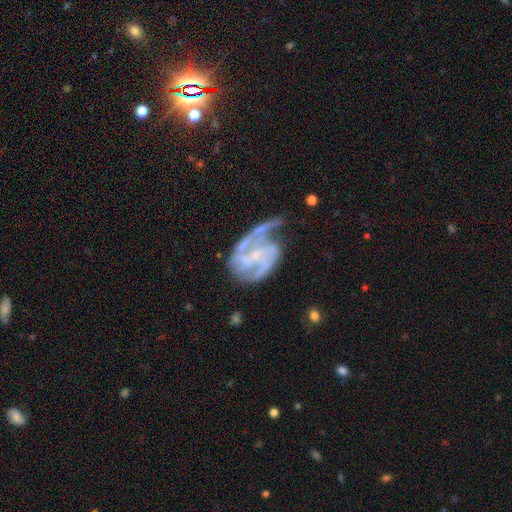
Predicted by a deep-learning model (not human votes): smooth_or_featured: featured or disk (p=0.86) [alt: smooth p=0.07]
disk_edge_on: no (p=0.98) [alt: yes p=0.02]
bar: no (p=0.41) [alt: weak p=0.39]
has_spiral_arms: yes (p=0.93) [alt: no p=0.07]
spiral_winding: medium (p=0.49) [alt: tight p=0.28]
spiral_arm_count: 2 (p=0.57) [alt: 3 p=0.15]
bulge_size: small (p=0.66) [alt: none p=0.20]
merging: none (p=0.42) [alt: major disturbance p=0.28]